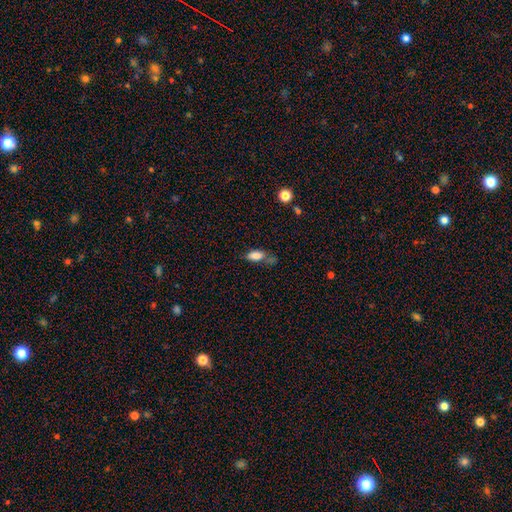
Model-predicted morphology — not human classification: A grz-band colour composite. It shows a smooth galaxy with no disk features (81%) that is in between round and cigar-shaped (85%). Merging: none (46%).